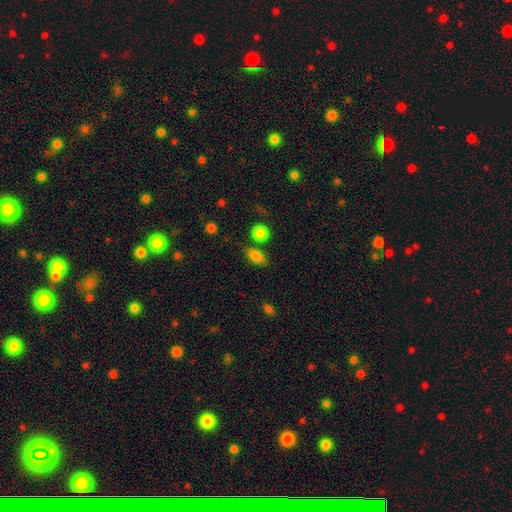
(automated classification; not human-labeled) This is clearly a smooth galaxy (83%). How rounded: clearly in between (81%). Merging: likely none (73%).